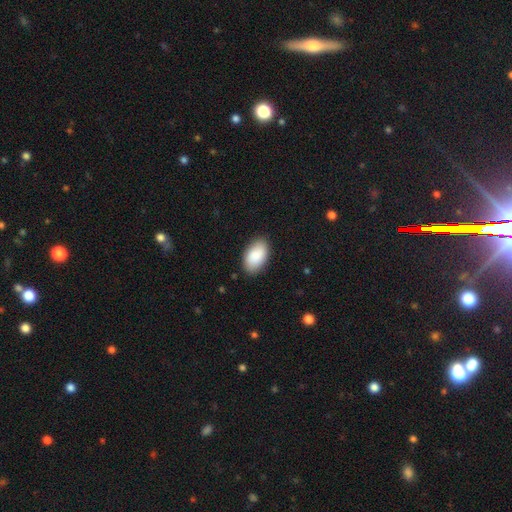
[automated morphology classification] type=smooth (89%); roundness=in between (95%); merging=none (86%).